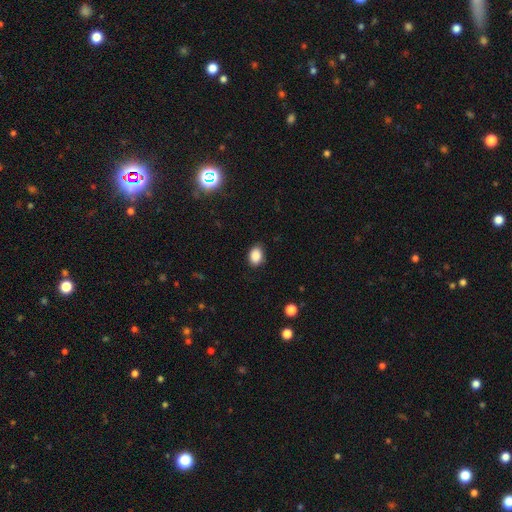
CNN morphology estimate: The model was most divided on "how rounded": in between: 75%, round: 24%, cigar-shaped: 1%. More confident: smooth or featured — smooth (87%); merging — none (83%).